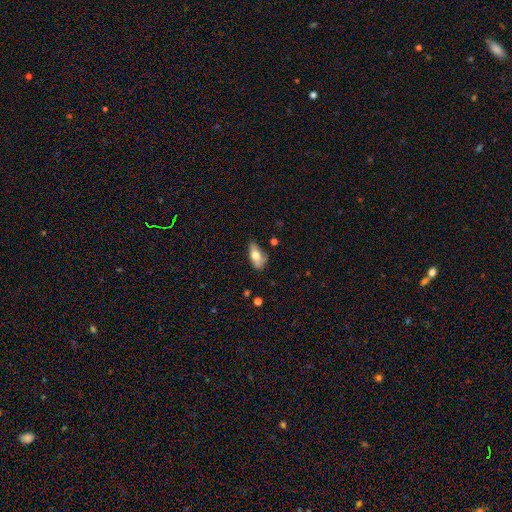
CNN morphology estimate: Overall: smooth (68%). How rounded: in between (88%). Merging: none (41%; minor disturbance 36%).